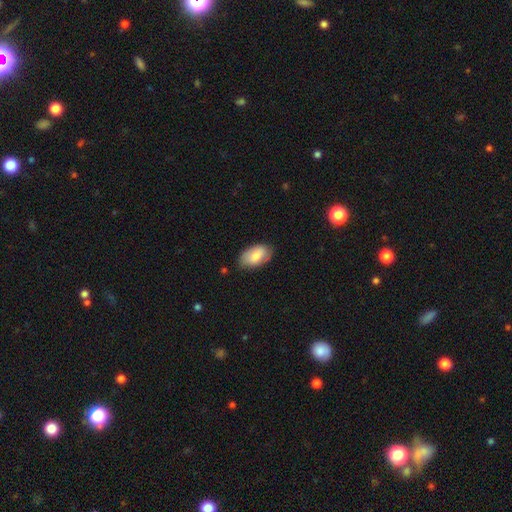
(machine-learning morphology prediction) type=smooth (75%); roundness=in between (94%); merging=none (78%).